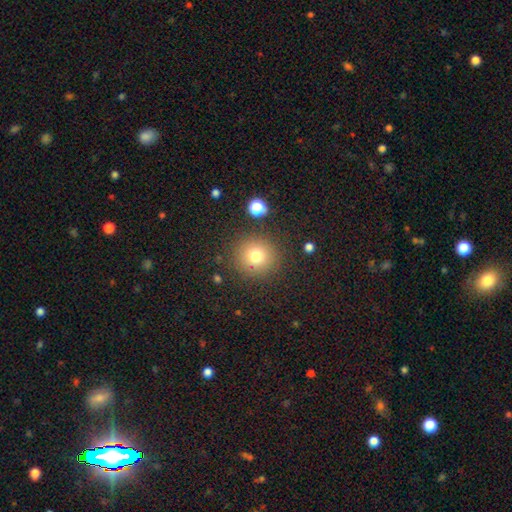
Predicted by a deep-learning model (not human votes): The model was most divided on "smooth or featured": smooth: 76%, star or artifact: 14%, featured or disk: 10%. More confident: how rounded — round (93%); merging — none (86%).